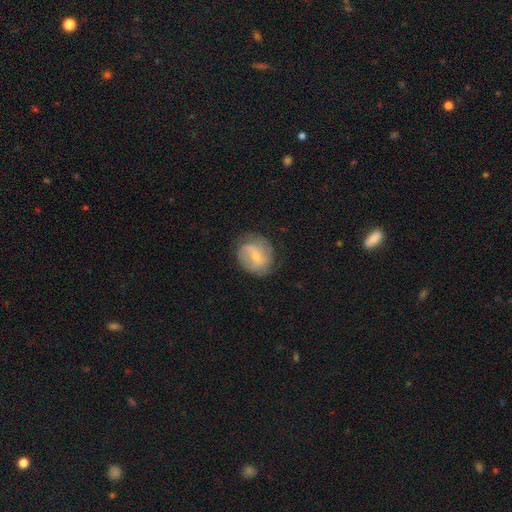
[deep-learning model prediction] featured or disk 54%, smooth 39%, star or artifact 7%. Down the decision tree: edge-on disk — no (96%); bar — weak (46%); spiral arms — yes (72%); bulge size — small (61%); merging — none (70%).